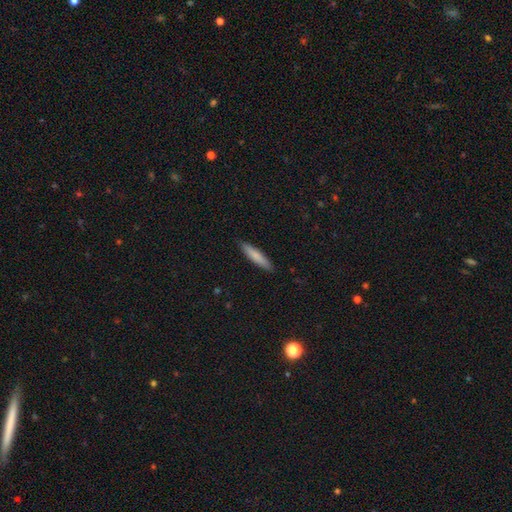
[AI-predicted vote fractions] Smooth or featured? Predicted: smooth (p=0.79). How rounded? Predicted: cigar-shaped (p=0.86). Merging? Predicted: none (p=0.89).